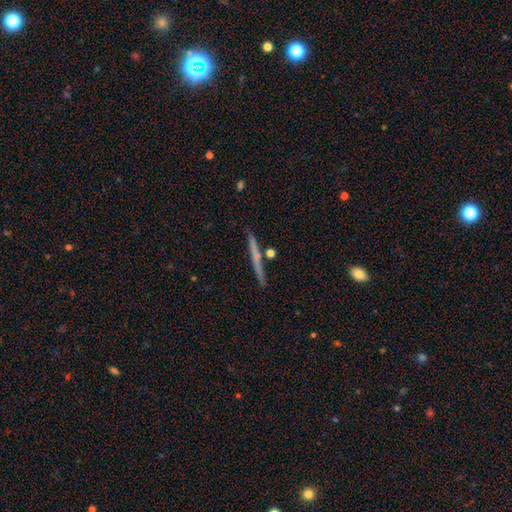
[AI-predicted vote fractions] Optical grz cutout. It shows a smooth galaxy with no disk features (48%). Merging: none (88%).